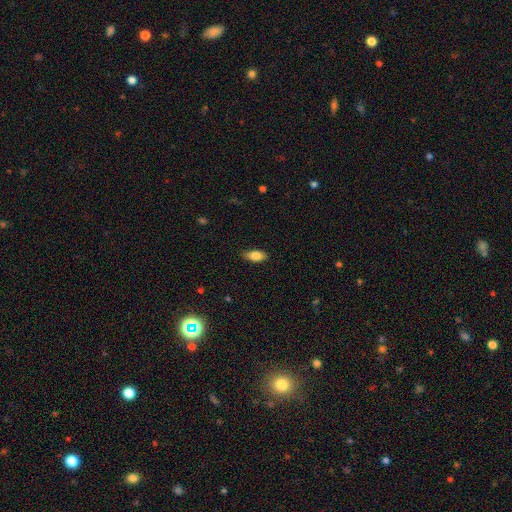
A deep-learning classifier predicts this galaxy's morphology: Smooth or featured? smooth (82%)
How rounded? in between (86%)
Merging? none (80%)